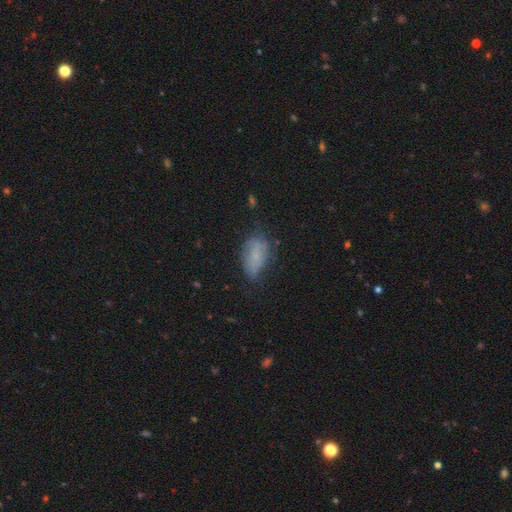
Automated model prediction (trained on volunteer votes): Smooth or featured?
  - smooth: 65% *
  - featured or disk: 24%
  - star or artifact: 11%
How rounded?
  - in between: 90% *
  - round: 6%
  - cigar-shaped: 4%
Merging?
  - none: 52% *
  - minor disturbance: 32%
  - major disturbance: 13%
  - merger: 2%